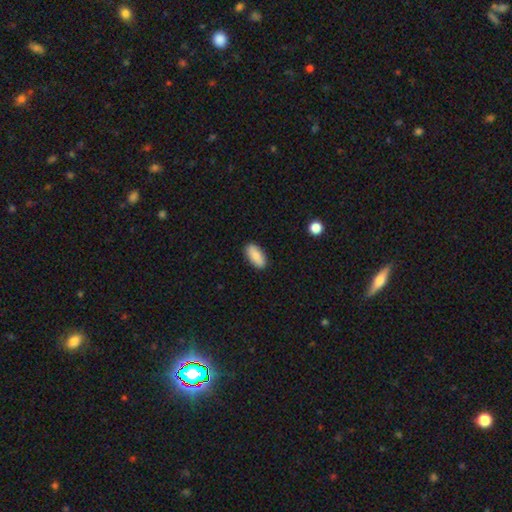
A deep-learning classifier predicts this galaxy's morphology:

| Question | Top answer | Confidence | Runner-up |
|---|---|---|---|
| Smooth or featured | smooth | 85% | featured or disk (9%) |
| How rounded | in between | 87% | cigar-shaped (11%) |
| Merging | none | 89% | minor disturbance (8%) |